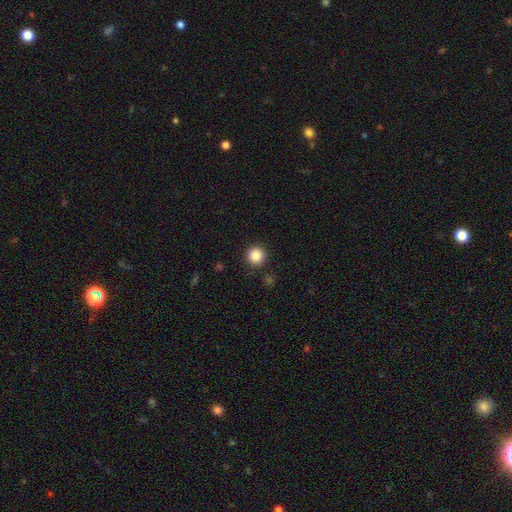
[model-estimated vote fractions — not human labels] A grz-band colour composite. It shows a smooth galaxy with no disk features (85%) that is round (96%). Merging: none (91%).